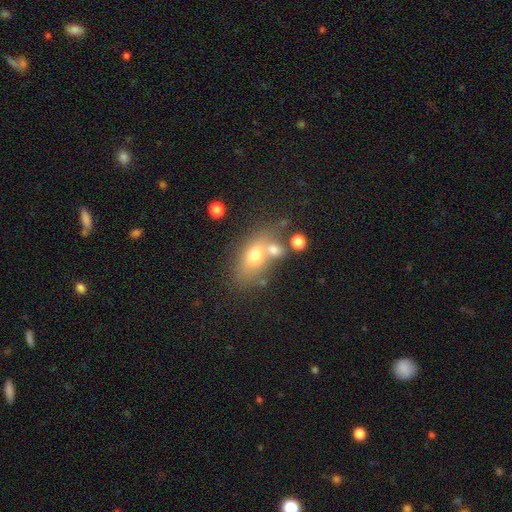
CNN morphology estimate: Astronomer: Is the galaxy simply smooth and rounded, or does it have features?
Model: smooth — 66%.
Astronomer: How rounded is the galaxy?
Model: in between — 76%.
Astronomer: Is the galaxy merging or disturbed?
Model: none — 41% (runner-up: merger, 38%).